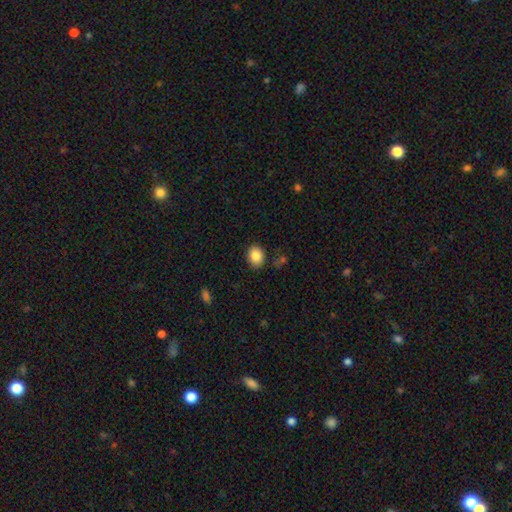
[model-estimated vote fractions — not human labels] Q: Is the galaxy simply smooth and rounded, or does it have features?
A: smooth — 86%.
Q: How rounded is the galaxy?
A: in between — 57%.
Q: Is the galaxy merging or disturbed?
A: none — 85%.